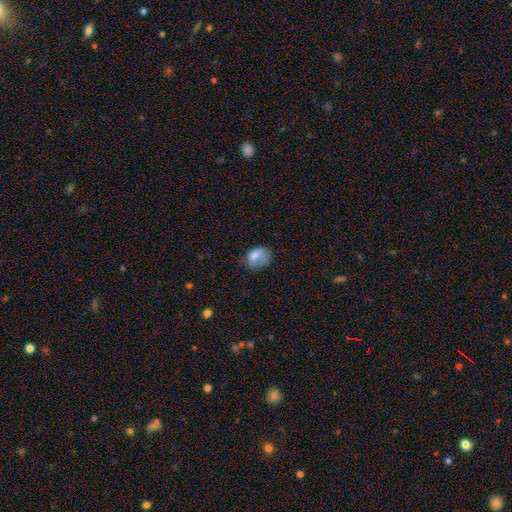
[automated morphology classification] This is likely a smooth galaxy (73%). How rounded: likely in between (72%). Merging: marginally none (42%).